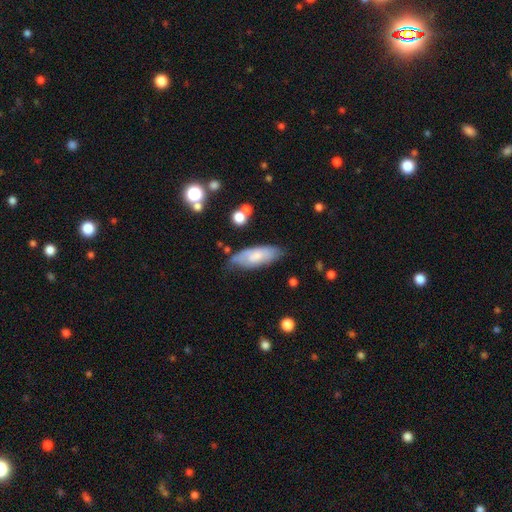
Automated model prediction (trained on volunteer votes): The model was most divided on "smooth or featured": smooth: 62%, featured or disk: 31%, star or artifact: 7%. More confident: how rounded — in between (74%); merging — none (63%).